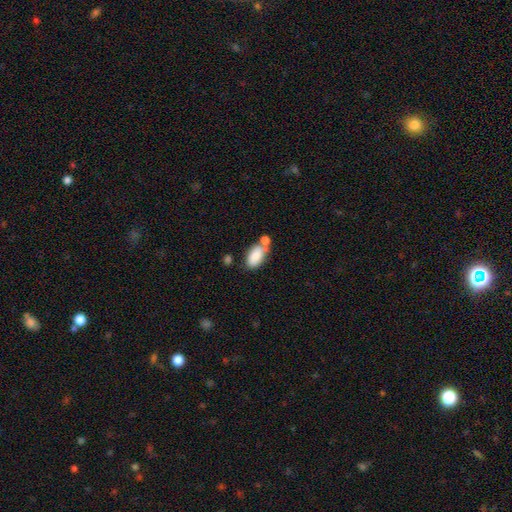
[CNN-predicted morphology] A smooth galaxy with no disk features (81%) that is in between round and cigar-shaped (93%). Merging: none (46%).